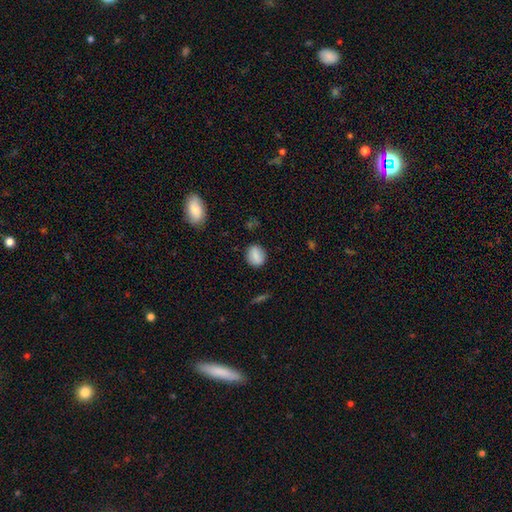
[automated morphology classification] Q: Smooth or featured?
A: smooth (82%); runner-up: featured or disk (10%)
Q: How rounded?
A: round (58%); runner-up: in between (41%)
Q: Merging?
A: none (85%); runner-up: minor disturbance (10%)